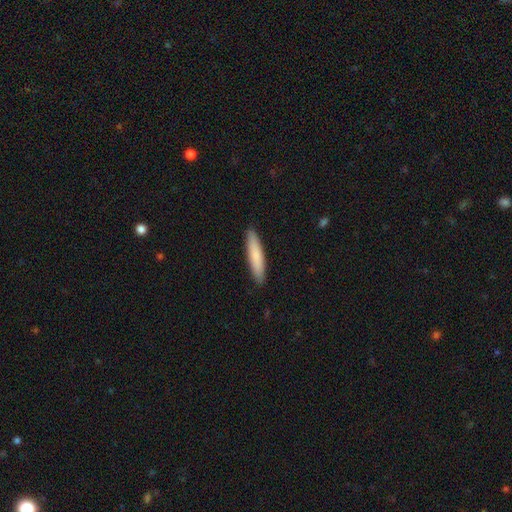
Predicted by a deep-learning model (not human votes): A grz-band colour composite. It shows a smooth galaxy with no disk features (80%) that is cigar-shaped (86%). Merging: none (91%).